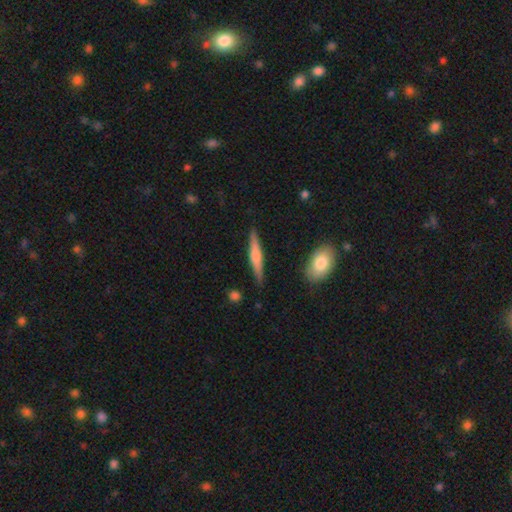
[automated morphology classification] Q: Smooth or featured?
A: featured or disk (49%); runner-up: smooth (44%)
Q: Merging?
A: none (88%); runner-up: minor disturbance (9%)